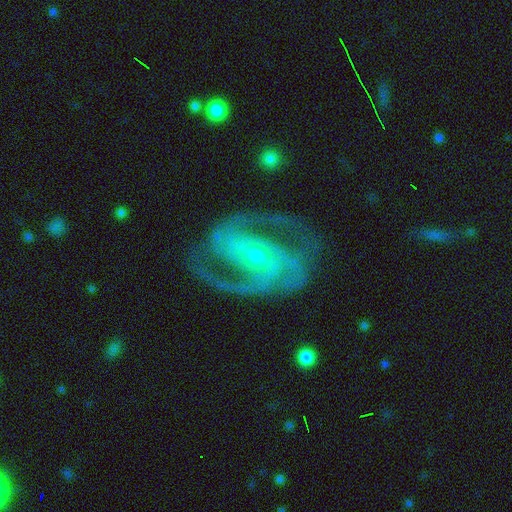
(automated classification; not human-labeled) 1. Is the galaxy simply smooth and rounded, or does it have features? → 92% featured or disk, 4% star or artifact, 3% smooth.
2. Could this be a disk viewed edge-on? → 98% no, 2% yes.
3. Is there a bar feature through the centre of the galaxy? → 35% strong, 33% no, 32% weak.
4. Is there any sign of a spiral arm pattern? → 98% yes, 2% no.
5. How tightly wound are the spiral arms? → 56% medium, 34% tight, 10% loose.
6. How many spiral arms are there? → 71% 2, 16% 3, 4% can't tell, 3% 4, 3% 1, 3% more than 4.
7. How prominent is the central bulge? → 65% small, 32% moderate, 1% large, 1% none, 1% dominant.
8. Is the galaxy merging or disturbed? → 74% none, 15% minor disturbance, 9% major disturbance, 1% merger.